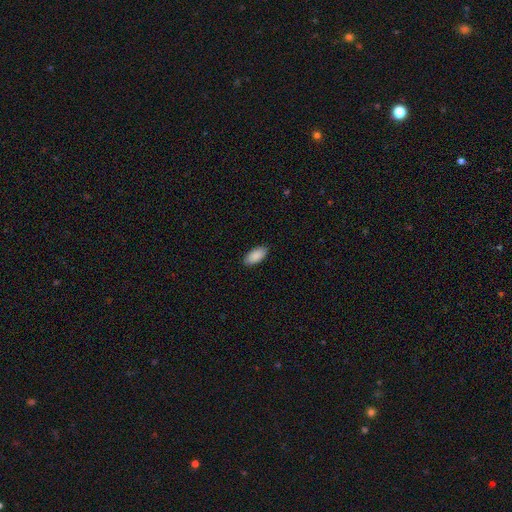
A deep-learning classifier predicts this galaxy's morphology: Smooth or featured? smooth (90%)
How rounded? in between (93%)
Merging? none (88%)